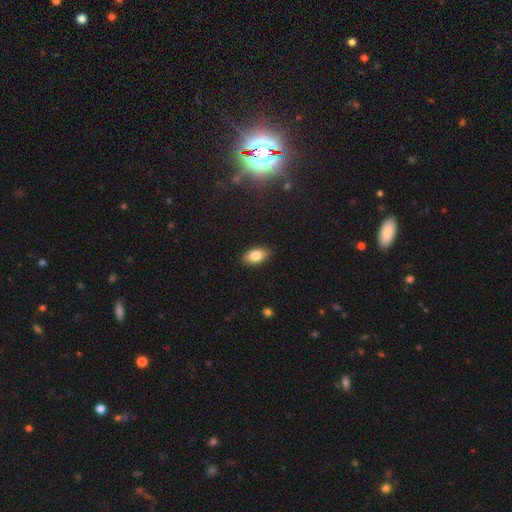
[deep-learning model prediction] Smooth or featured?
  - smooth: 83% *
  - featured or disk: 9%
  - star or artifact: 8%
How rounded?
  - in between: 91% *
  - round: 5%
  - cigar-shaped: 4%
Merging?
  - none: 89% *
  - minor disturbance: 8%
  - major disturbance: 2%
  - merger: 1%